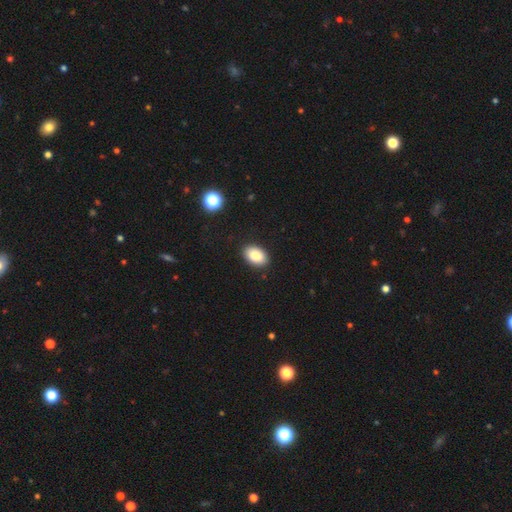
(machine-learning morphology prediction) type=smooth (84%); roundness=in between (89%); merging=none (90%).